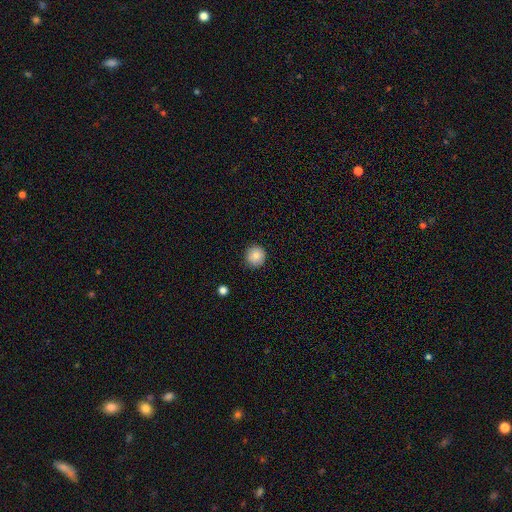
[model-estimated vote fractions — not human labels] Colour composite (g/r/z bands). It shows a smooth galaxy with no disk features (85%) that is round (94%). Merging: none (90%).